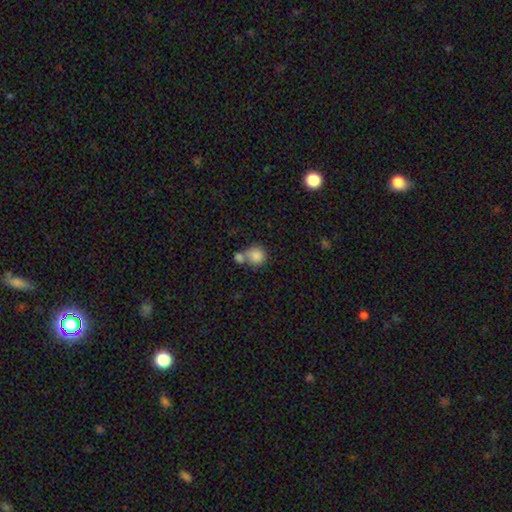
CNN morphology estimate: Q: Smooth or featured?
A: smooth (84%); runner-up: star or artifact (9%)
Q: How rounded?
A: round (87%); runner-up: in between (12%)
Q: Merging?
A: merger (44%); runner-up: none (42%)